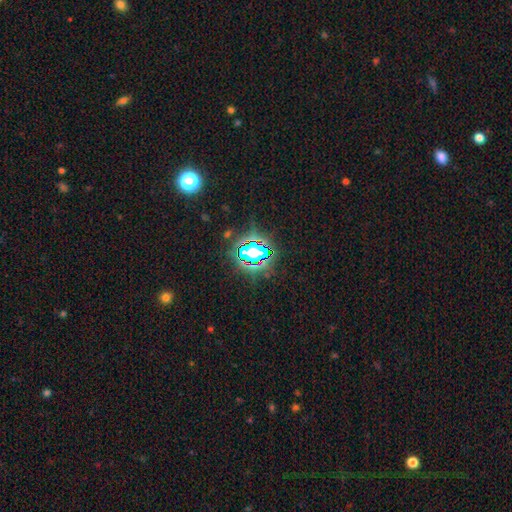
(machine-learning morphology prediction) Smooth or featured? Predicted: star or artifact (p=0.72).